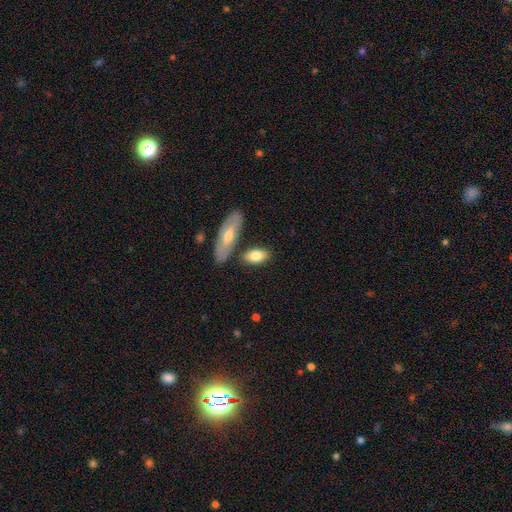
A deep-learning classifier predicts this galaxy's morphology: Overall: smooth (77%). How rounded: in between (83%). Merging: none (72%).